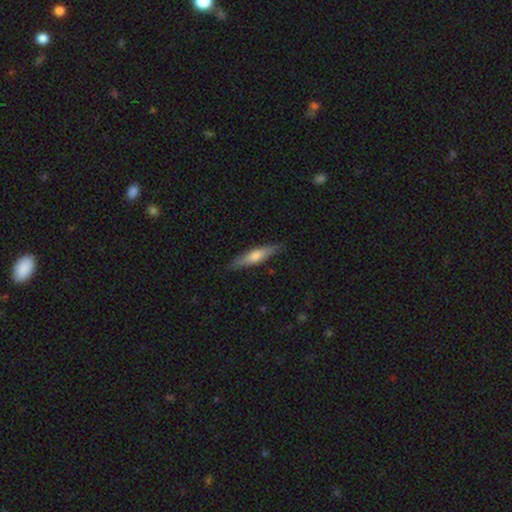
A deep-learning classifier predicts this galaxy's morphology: A smooth galaxy with no disk features (57%) that is cigar-shaped (81%).

Vote fractions:
- Smooth or featured? smooth: 57% / featured or disk: 38% / star or artifact: 6%
- How rounded? cigar-shaped: 81% / in between: 18% / round: 2%
- Merging? none: 86% / minor disturbance: 11% / major disturbance: 2% / merger: 1%